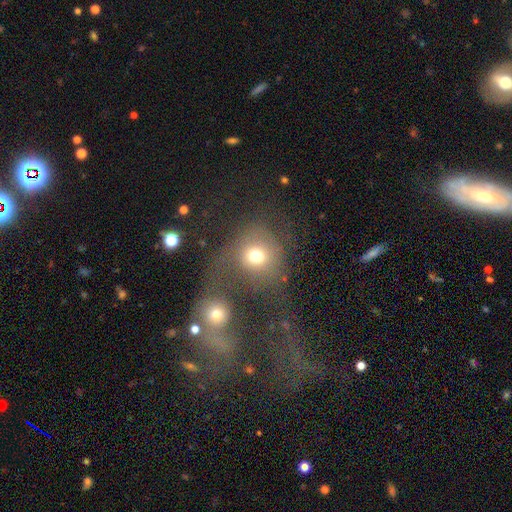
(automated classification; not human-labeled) The model was most divided on "merging": none: 33%, merger: 32%, major disturbance: 23%, minor disturbance: 12%. More confident: how rounded — round (82%); smooth or featured — smooth (67%).